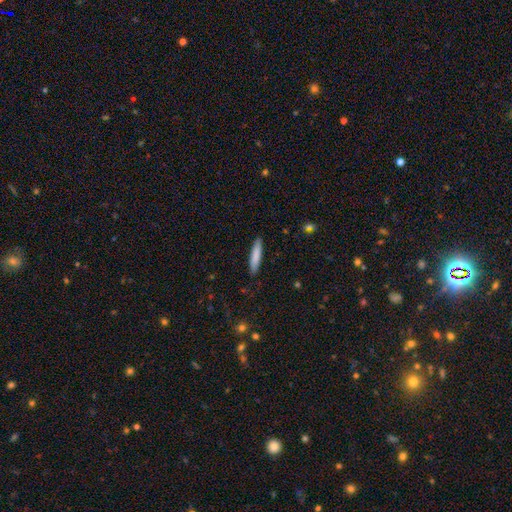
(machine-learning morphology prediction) A smooth galaxy with no disk features (82%) that is cigar-shaped (88%).

Vote fractions:
- Smooth or featured? smooth: 82% / featured or disk: 12% / star or artifact: 6%
- How rounded? cigar-shaped: 88% / in between: 11% / round: 1%
- Merging? none: 88% / minor disturbance: 9% / major disturbance: 2% / merger: 1%